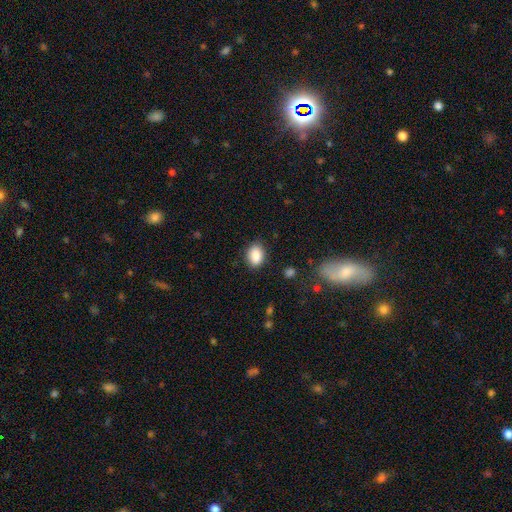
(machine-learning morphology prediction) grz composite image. It shows a smooth galaxy with no disk features (88%) that is in between round and cigar-shaped (78%). Merging: none (85%).